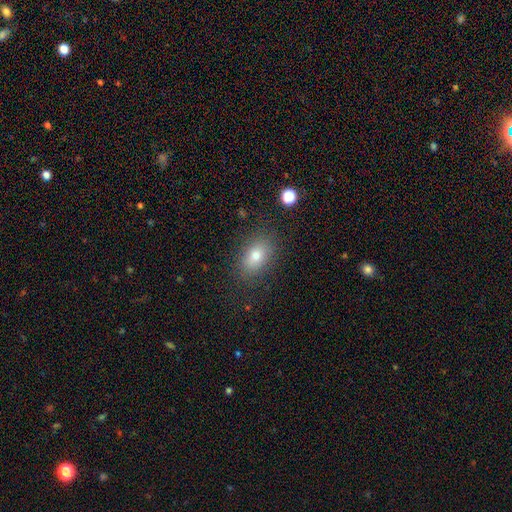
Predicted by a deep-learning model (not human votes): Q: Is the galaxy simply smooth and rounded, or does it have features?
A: smooth — 76%.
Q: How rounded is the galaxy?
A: in between — 82%.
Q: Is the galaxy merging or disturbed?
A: none — 83%.